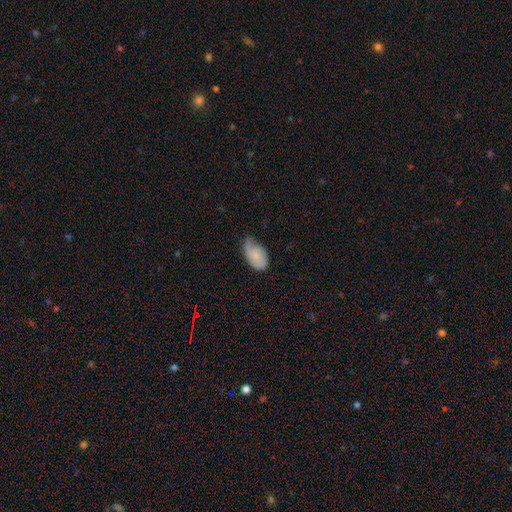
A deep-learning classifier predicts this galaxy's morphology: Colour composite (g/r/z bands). It shows a smooth galaxy with no disk features (64%) that is in between round and cigar-shaped (92%). Merging: none (43%, tied with minor disturbance).